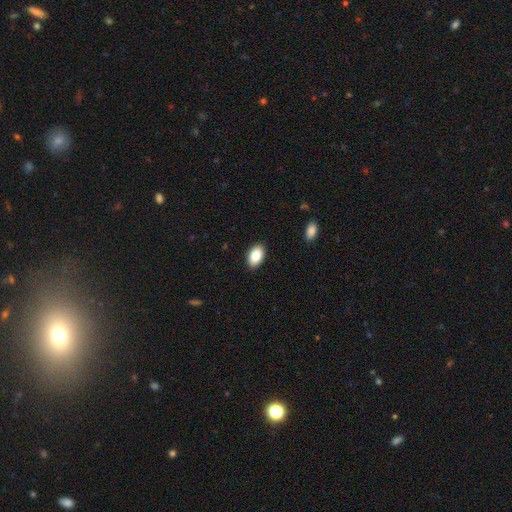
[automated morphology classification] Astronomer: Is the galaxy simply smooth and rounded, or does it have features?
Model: smooth — 86%.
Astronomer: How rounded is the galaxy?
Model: in between — 92%.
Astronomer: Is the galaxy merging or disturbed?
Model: none — 89%.